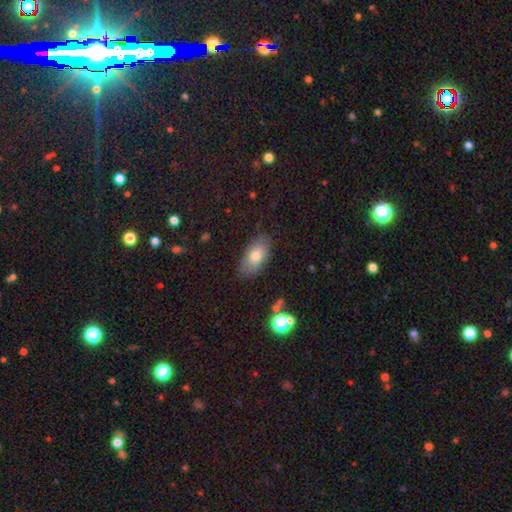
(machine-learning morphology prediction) Smooth or featured?
  - smooth: 74% *
  - featured or disk: 18%
  - star or artifact: 8%
How rounded?
  - in between: 92% *
  - round: 5%
  - cigar-shaped: 4%
Merging?
  - none: 78% *
  - minor disturbance: 16%
  - major disturbance: 4%
  - merger: 2%